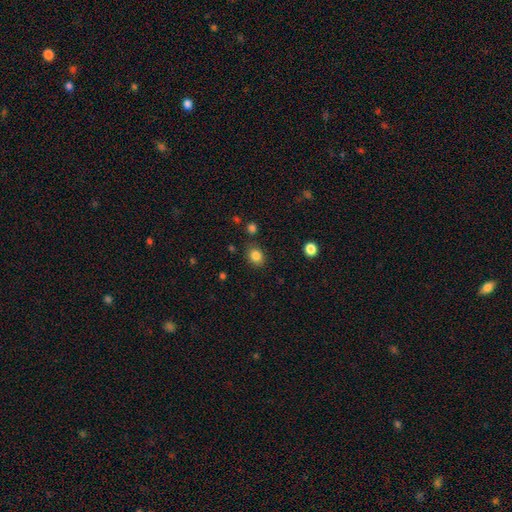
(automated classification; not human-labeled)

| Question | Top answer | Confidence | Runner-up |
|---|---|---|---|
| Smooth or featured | smooth | 84% | star or artifact (11%) |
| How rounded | round | 53% | in between (46%) |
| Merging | none | 83% | minor disturbance (11%) |